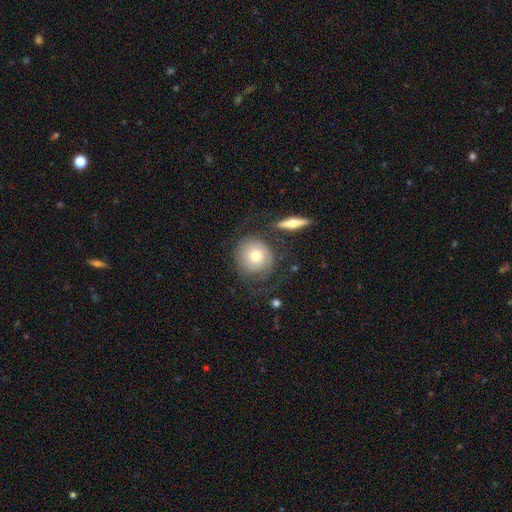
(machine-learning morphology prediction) A smooth galaxy with no disk features (50%) that is round (88%).

Vote fractions:
- Smooth or featured? smooth: 50% / featured or disk: 41% / star or artifact: 8%
- How rounded? round: 88% / in between: 10% / cigar-shaped: 1%
- Merging? none: 64% / minor disturbance: 16% / major disturbance: 13% / merger: 6%